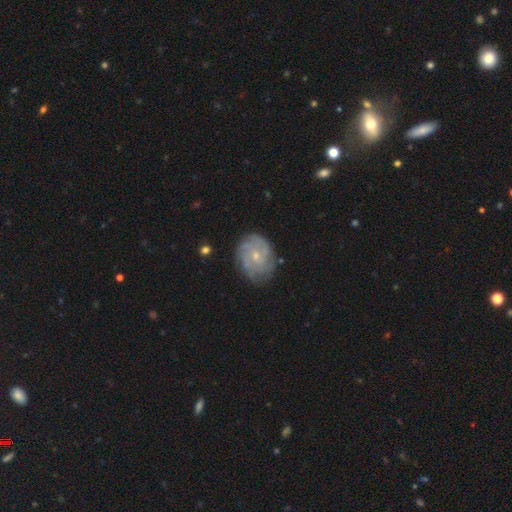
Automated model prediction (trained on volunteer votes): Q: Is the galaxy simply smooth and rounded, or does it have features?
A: featured or disk — 71%.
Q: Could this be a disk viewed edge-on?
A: no — 97%.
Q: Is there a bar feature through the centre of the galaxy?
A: no — 71%.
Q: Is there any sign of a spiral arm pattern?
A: yes — 89%.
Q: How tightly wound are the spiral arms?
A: tight — 62%.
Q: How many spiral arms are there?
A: can't tell — 45%.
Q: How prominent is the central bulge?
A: small — 68%.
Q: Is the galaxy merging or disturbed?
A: none — 73%.